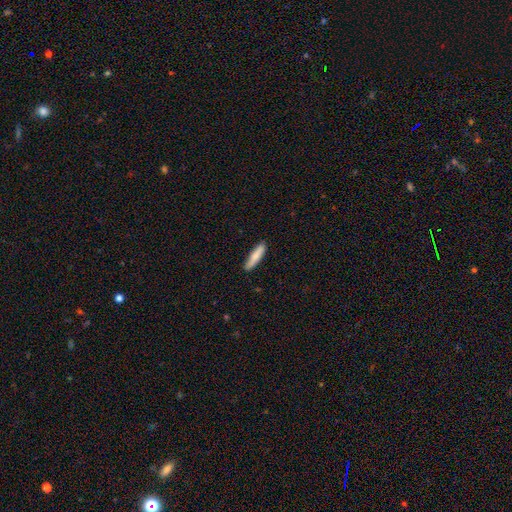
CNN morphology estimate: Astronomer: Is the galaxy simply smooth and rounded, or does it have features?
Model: smooth — 80%.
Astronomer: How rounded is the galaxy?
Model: cigar-shaped — 81%.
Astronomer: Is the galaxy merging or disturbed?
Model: none — 87%.